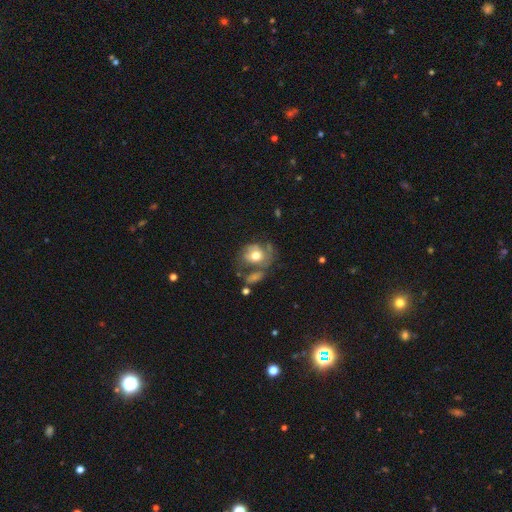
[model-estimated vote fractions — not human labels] Smooth or featured? smooth (50%)
How rounded? round (59%)
Merging? none (33%)